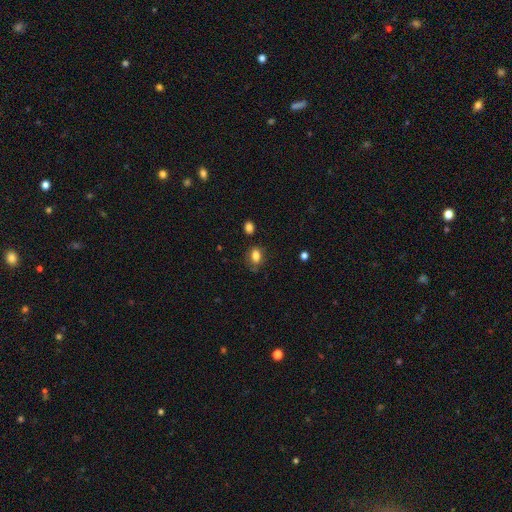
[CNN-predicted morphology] Q: Smooth or featured?
A: smooth (80%); runner-up: star or artifact (11%)
Q: How rounded?
A: in between (80%); runner-up: round (18%)
Q: Merging?
A: none (64%); runner-up: minor disturbance (24%)